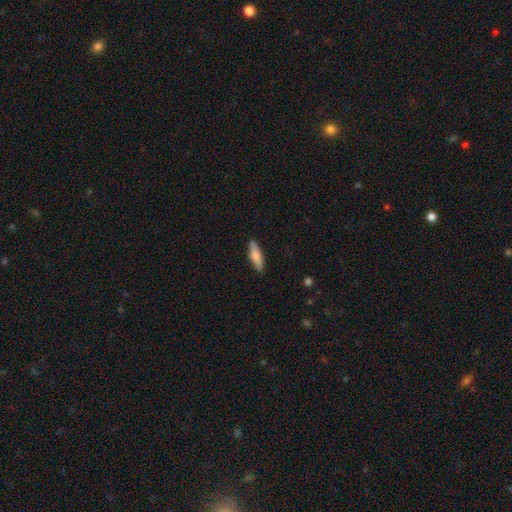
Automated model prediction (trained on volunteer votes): This is likely a smooth galaxy (79%). How rounded: possibly cigar-shaped (58%). Merging: clearly none (86%).